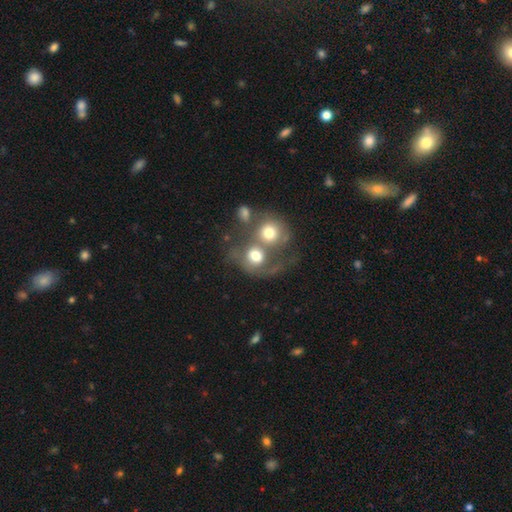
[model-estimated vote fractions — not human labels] Smooth or featured? smooth (61%)
How rounded? round (73%)
Merging? merger (59%)